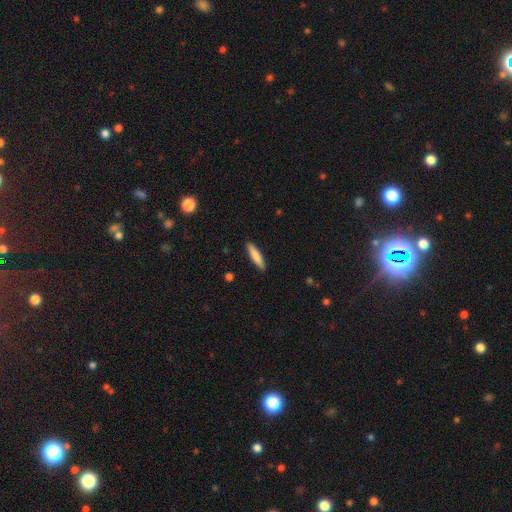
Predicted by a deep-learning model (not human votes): Smooth or featured: smooth — 80% (featured or disk — 14%)
How rounded: cigar-shaped — 81% (in between — 18%)
Merging: none — 90% (minor disturbance — 7%)